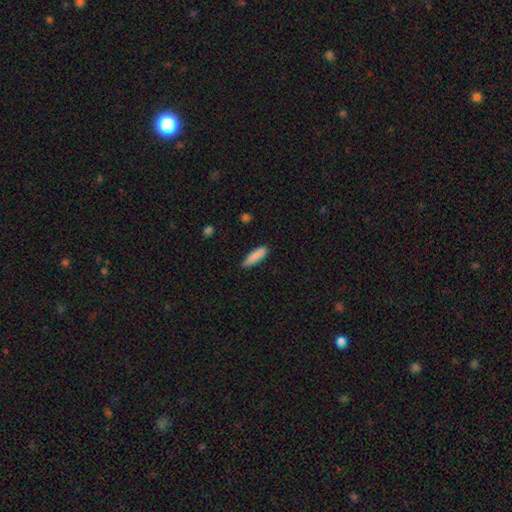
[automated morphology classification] smooth 87%, featured or disk 7%, star or artifact 6%. Down the decision tree: how rounded — cigar-shaped (67%); merging — none (83%).